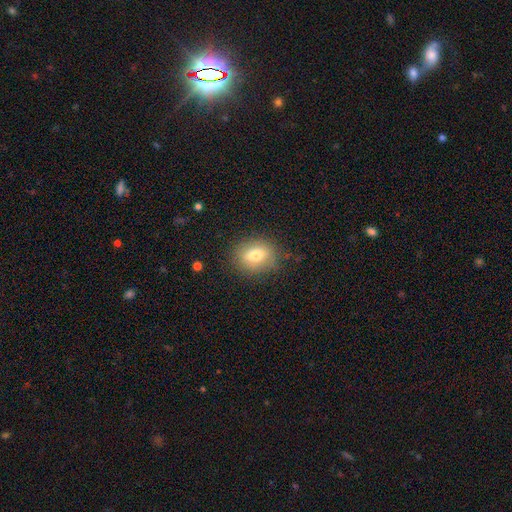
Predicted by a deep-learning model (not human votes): Overall: smooth (71%). How rounded: in between (51%; round 48%). Merging: none (84%).